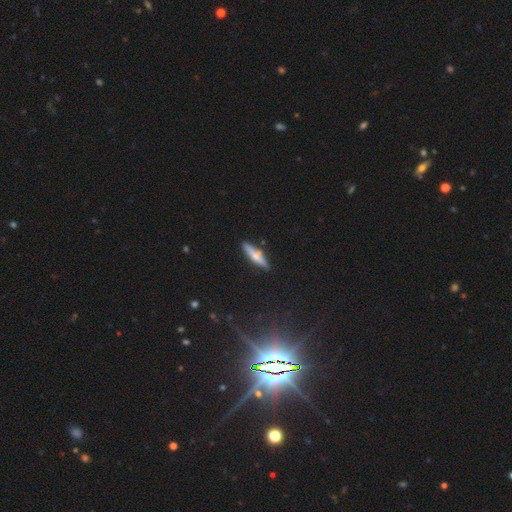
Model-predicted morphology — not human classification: Overall: smooth (50%; featured or disk 42%). How rounded: cigar-shaped (82%). Merging: none (83%).